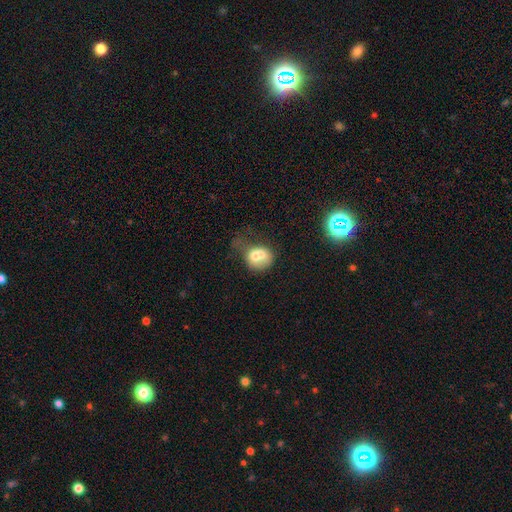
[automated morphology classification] Smooth or featured? smooth (65%)
How rounded? round (60%)
Merging? merger (52%)